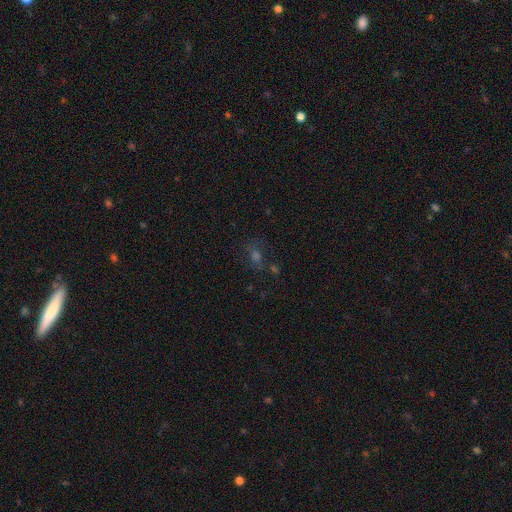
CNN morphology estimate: A star or artifact, not a galaxy (41%).